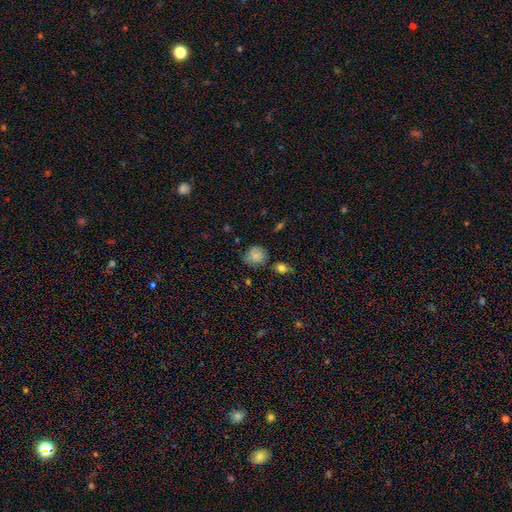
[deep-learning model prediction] Smooth or featured?
  - smooth: 79% *
  - featured or disk: 12%
  - star or artifact: 9%
How rounded?
  - round: 77% *
  - in between: 22%
  - cigar-shaped: 1%
Merging?
  - none: 63% *
  - minor disturbance: 27%
  - major disturbance: 6%
  - merger: 4%